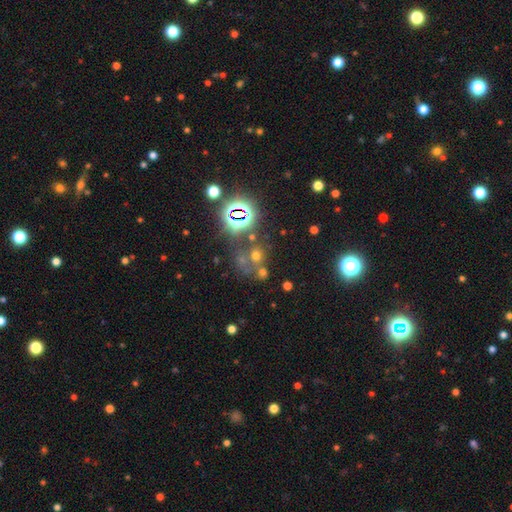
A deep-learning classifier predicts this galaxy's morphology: type=smooth (50%); merging=none (57%).